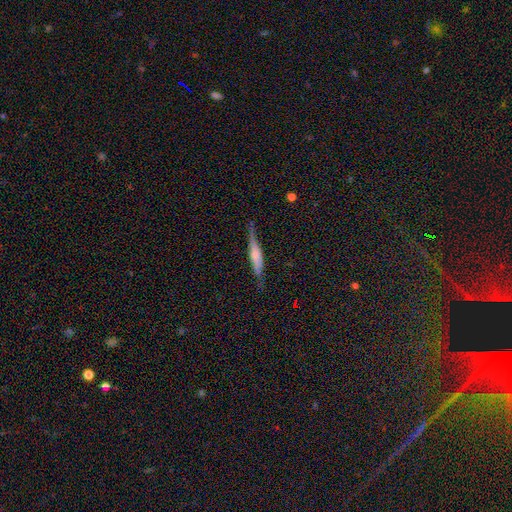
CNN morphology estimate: This is possibly a featured or disk galaxy (53%). It is clearly viewed edge-on (91%). Merging: likely none (70%).